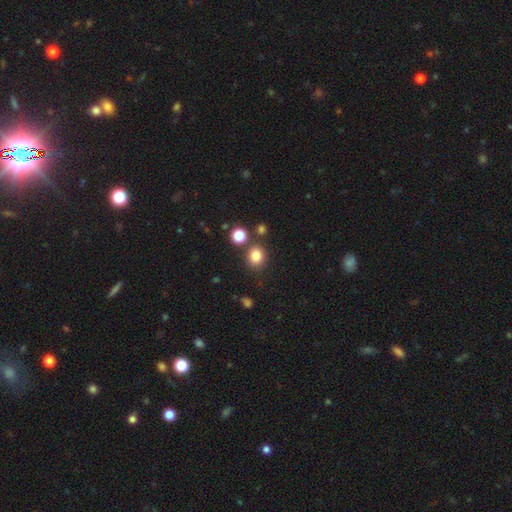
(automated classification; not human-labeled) Smooth or featured? Predicted: smooth (p=0.82). How rounded? Predicted: round (p=0.74). Merging? Predicted: none (p=0.80).